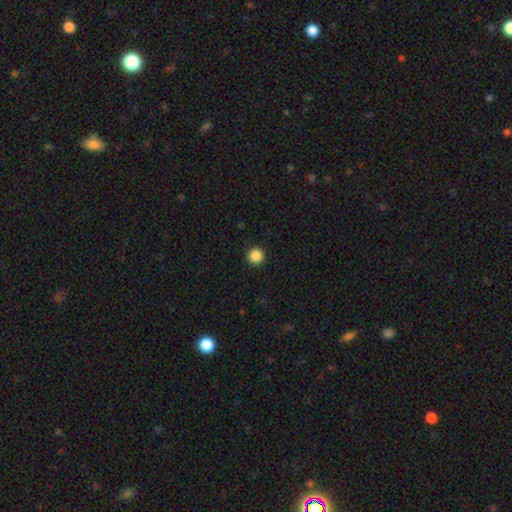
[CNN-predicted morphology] smooth_or_featured: smooth (p=0.87) [alt: star or artifact p=0.10]
how_rounded: round (p=0.96) [alt: in between p=0.03]
merging: none (p=0.94) [alt: minor disturbance p=0.04]